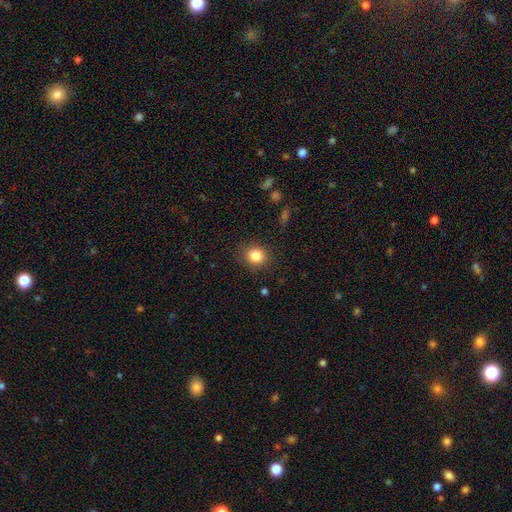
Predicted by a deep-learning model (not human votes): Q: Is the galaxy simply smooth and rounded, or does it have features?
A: smooth — 84%.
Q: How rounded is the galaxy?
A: round — 78%.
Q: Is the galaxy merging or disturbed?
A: none — 86%.